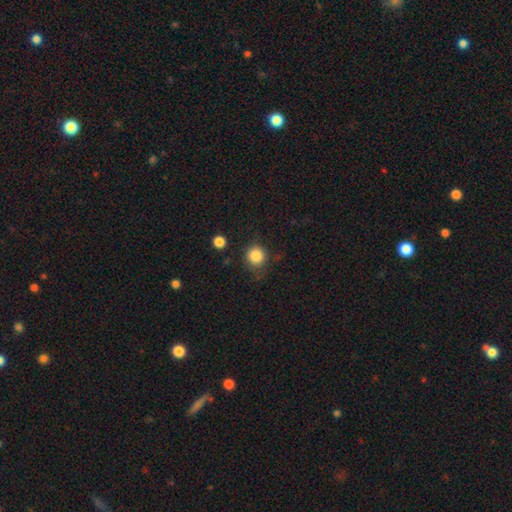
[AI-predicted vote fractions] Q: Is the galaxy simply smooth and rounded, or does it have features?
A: smooth — 85%.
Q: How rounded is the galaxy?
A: round — 90%.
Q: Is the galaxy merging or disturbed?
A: none — 77%.